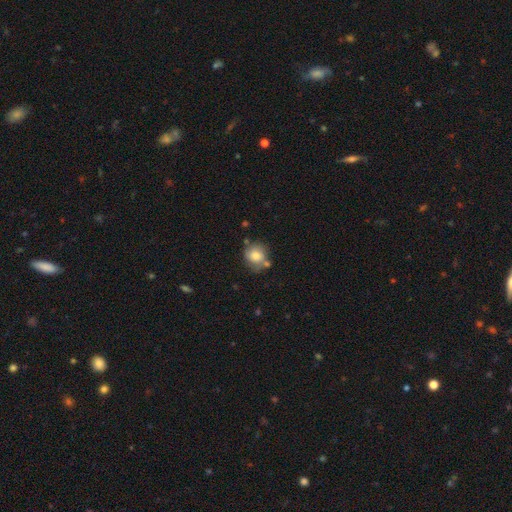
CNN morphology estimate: Overall: smooth (75%). How rounded: round (80%). Merging: none (58%; minor disturbance 21%).